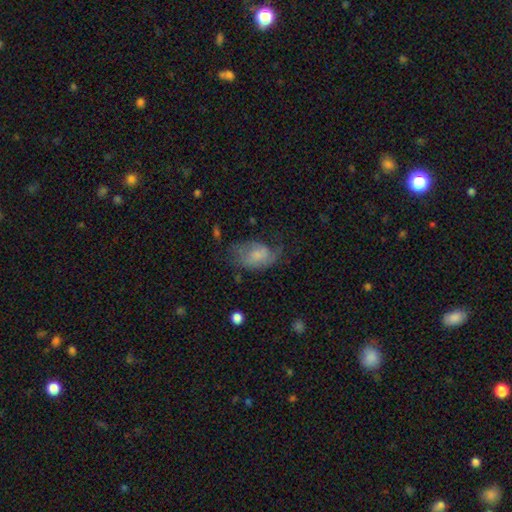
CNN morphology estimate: Q: Smooth or featured?
A: featured or disk (45%); runner-up: smooth (44%)
Q: Merging?
A: none (44%); runner-up: minor disturbance (28%)